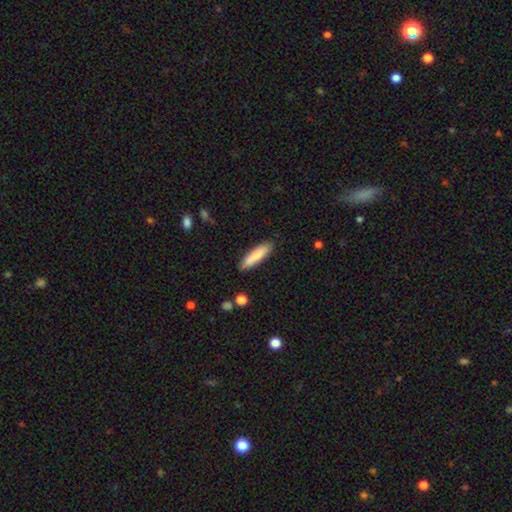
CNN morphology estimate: smooth 82%, featured or disk 12%, star or artifact 6%. Down the decision tree: how rounded — cigar-shaped (73%); merging — none (85%).